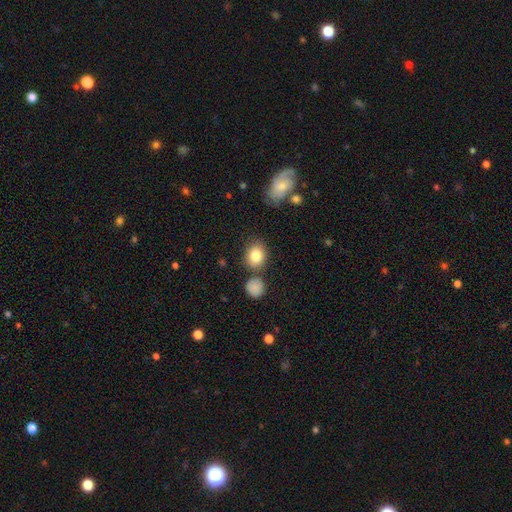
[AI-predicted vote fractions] Q: Smooth or featured?
A: smooth (82%); runner-up: star or artifact (9%)
Q: How rounded?
A: round (53%); runner-up: in between (46%)
Q: Merging?
A: none (75%); runner-up: minor disturbance (13%)